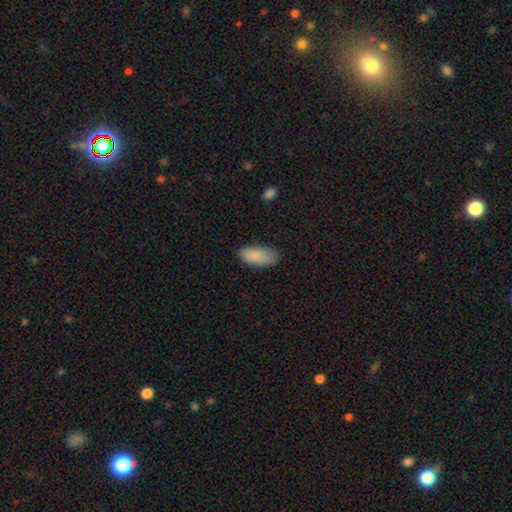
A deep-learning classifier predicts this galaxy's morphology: A smooth galaxy with no disk features (86%) that is in between round and cigar-shaped (91%).

Vote fractions:
- Smooth or featured? smooth: 86% / featured or disk: 7% / star or artifact: 7%
- How rounded? in between: 91% / cigar-shaped: 7% / round: 2%
- Merging? none: 71% / minor disturbance: 23% / major disturbance: 5% / merger: 1%